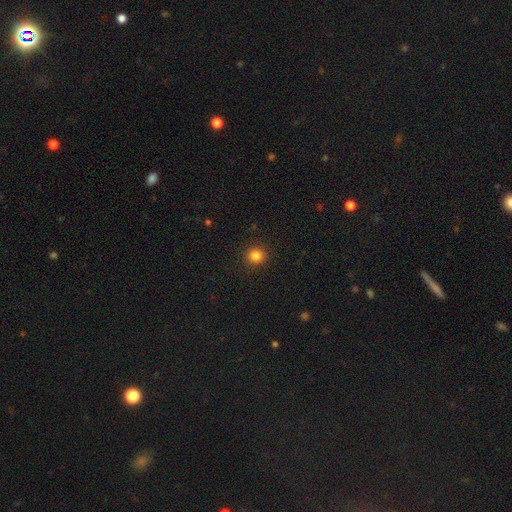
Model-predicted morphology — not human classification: A smooth galaxy with no disk features (84%) that is round (91%). Merging: none (92%).